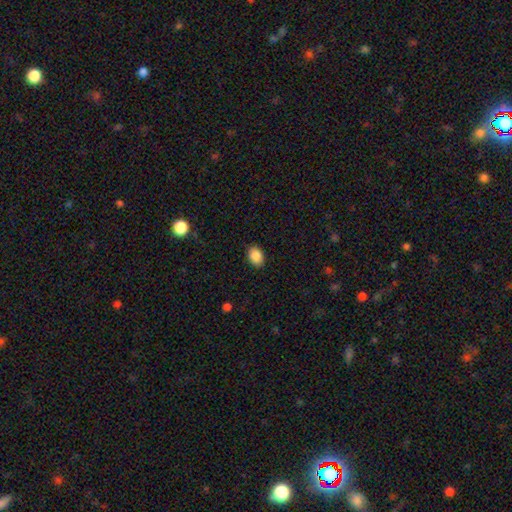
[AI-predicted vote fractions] A smooth galaxy with no disk features (88%) that is in between round and cigar-shaped (74%).

Vote fractions:
- Smooth or featured? smooth: 88% / star or artifact: 8% / featured or disk: 4%
- How rounded? in between: 74% / round: 25% / cigar-shaped: 1%
- Merging? none: 87% / minor disturbance: 10% / major disturbance: 2% / merger: 1%